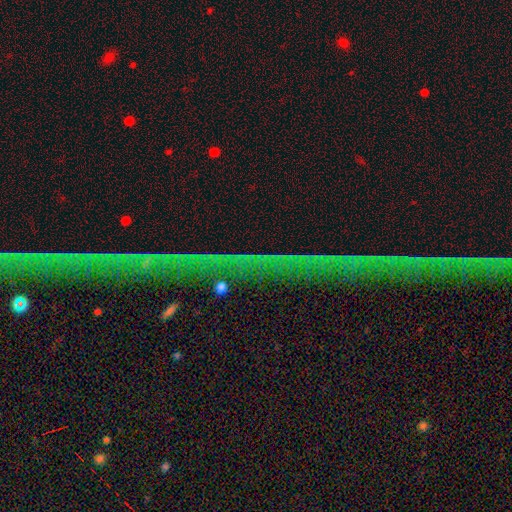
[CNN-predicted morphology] A star or artifact, not a galaxy (77%).